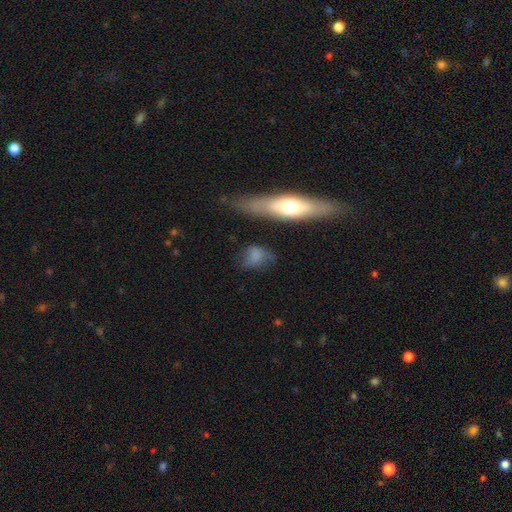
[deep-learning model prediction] smooth-or-featured: smooth: 69% | featured or disk: 19% | star or artifact: 11%
  how-rounded: in between: 57% | round: 35% | cigar-shaped: 8%
  merging: none: 50% | minor disturbance: 25% | major disturbance: 16% | merger: 8%